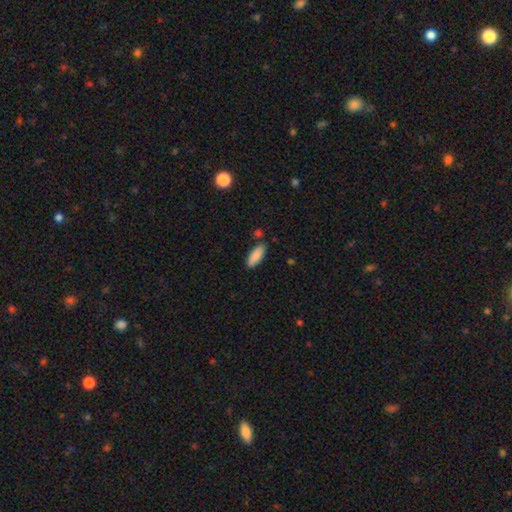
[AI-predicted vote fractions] Smooth or featured? smooth (89%)
How rounded? in between (76%)
Merging? none (81%)